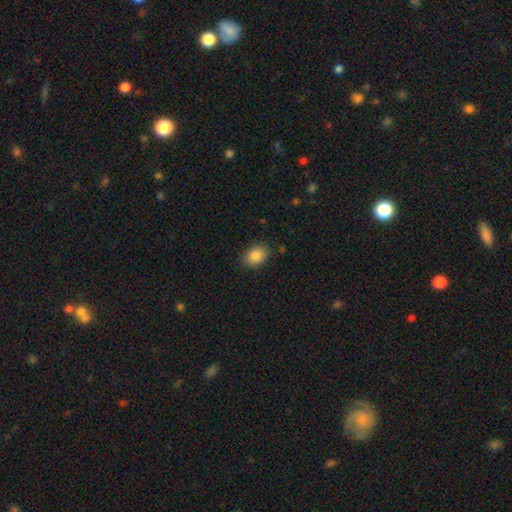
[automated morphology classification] smooth 87%, star or artifact 8%, featured or disk 4%. Down the decision tree: how rounded — in between (68%); merging — none (85%).